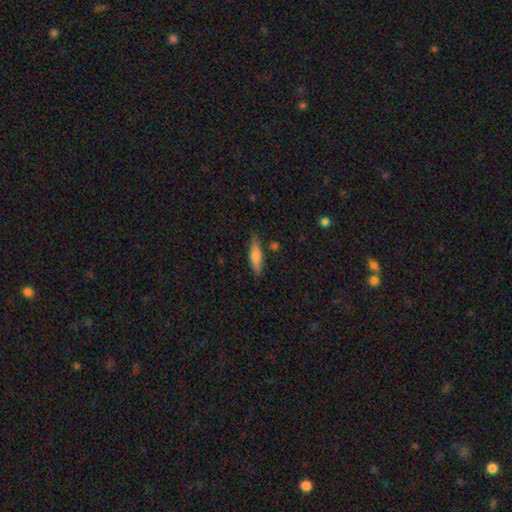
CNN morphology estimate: type=smooth (71%); roundness=cigar-shaped (71%); merging=none (82%).